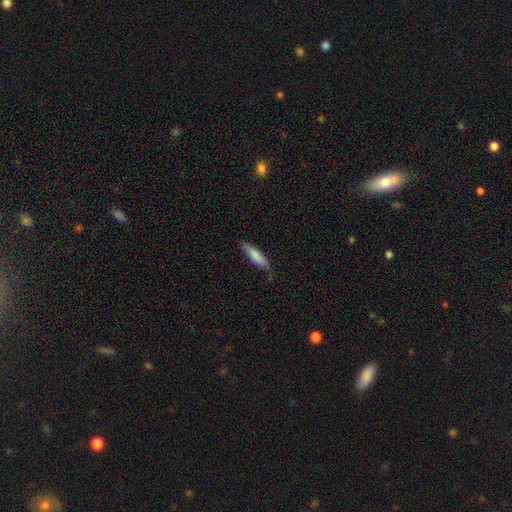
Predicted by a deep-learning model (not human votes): Smooth or featured?
  - smooth: 80% *
  - featured or disk: 15%
  - star or artifact: 5%
How rounded?
  - cigar-shaped: 70% *
  - in between: 28%
  - round: 1%
Merging?
  - none: 72% *
  - minor disturbance: 23%
  - major disturbance: 4%
  - merger: 1%